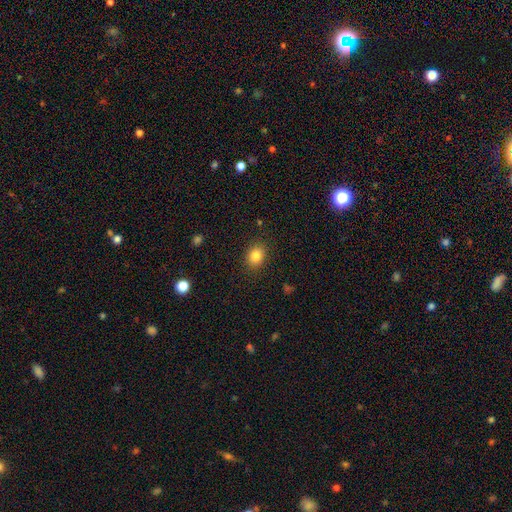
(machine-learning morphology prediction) Smooth or featured?
  - smooth: 84% *
  - star or artifact: 10%
  - featured or disk: 6%
How rounded?
  - round: 53% *
  - in between: 46%
  - cigar-shaped: 1%
Merging?
  - none: 88% *
  - minor disturbance: 9%
  - major disturbance: 3%
  - merger: 1%